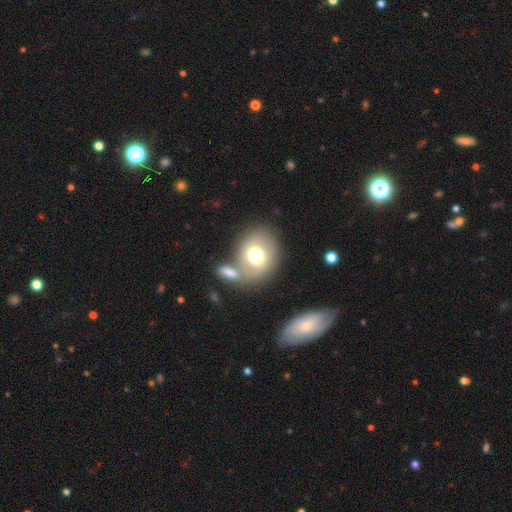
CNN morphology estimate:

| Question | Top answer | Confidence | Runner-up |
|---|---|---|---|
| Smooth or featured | smooth | 68% | featured or disk (24%) |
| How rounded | in between | 50% | round (49%) |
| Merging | none | 53% | merger (28%) |